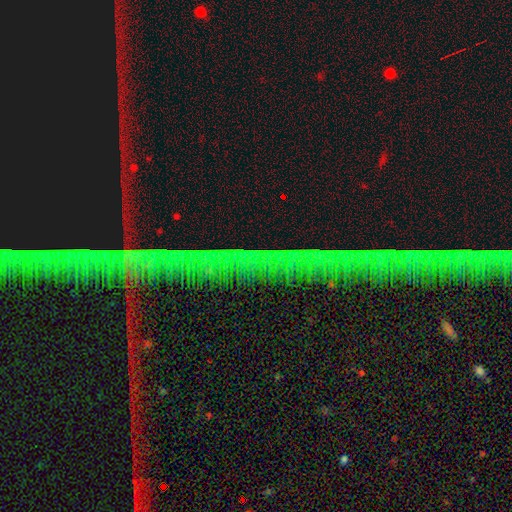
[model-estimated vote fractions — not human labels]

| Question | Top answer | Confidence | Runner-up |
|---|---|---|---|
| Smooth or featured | star or artifact | 80% | featured or disk (11%) |